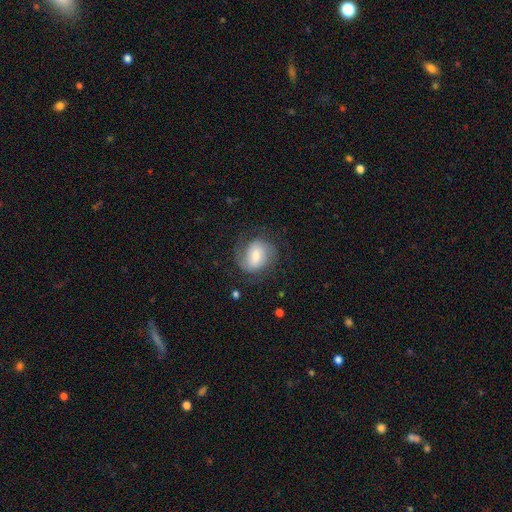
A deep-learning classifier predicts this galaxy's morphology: A featured or disk galaxy (51%). Merging: none (65%).